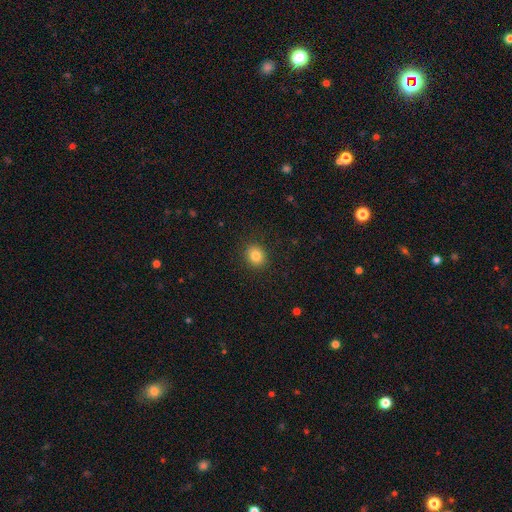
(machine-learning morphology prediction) type=smooth (83%); roundness=round (72%); merging=none (90%).